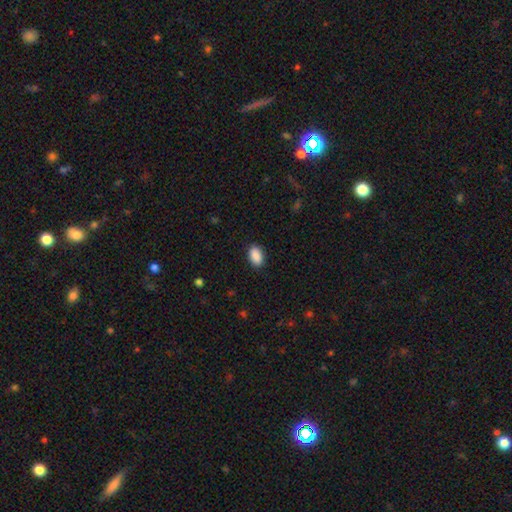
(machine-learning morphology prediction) This appears to be a smooth galaxy with no disk features (90%) that is in between round and cigar-shaped (92%). Merging: none (89%).